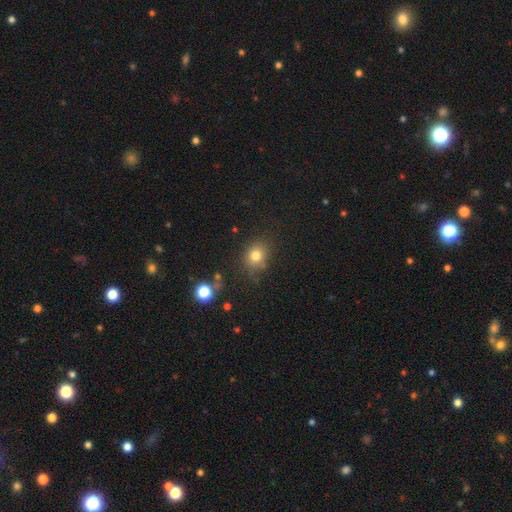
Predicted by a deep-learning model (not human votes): The model was most divided on "how rounded": round: 60%, in between: 39%, cigar-shaped: 1%. More confident: smooth or featured — smooth (78%); merging — none (77%).